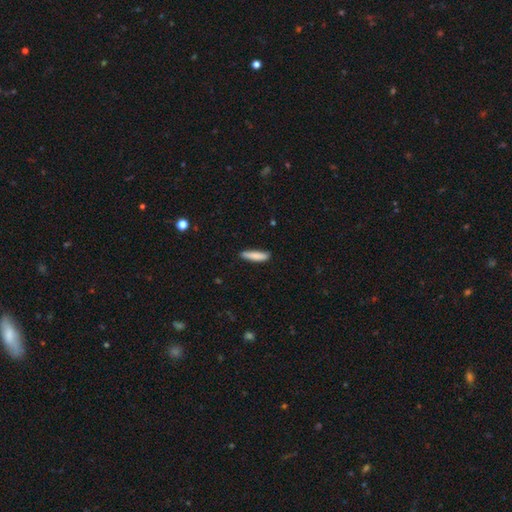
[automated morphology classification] Smooth or featured: smooth — 85% (featured or disk — 9%)
How rounded: cigar-shaped — 79% (in between — 19%)
Merging: none — 84% (minor disturbance — 13%)